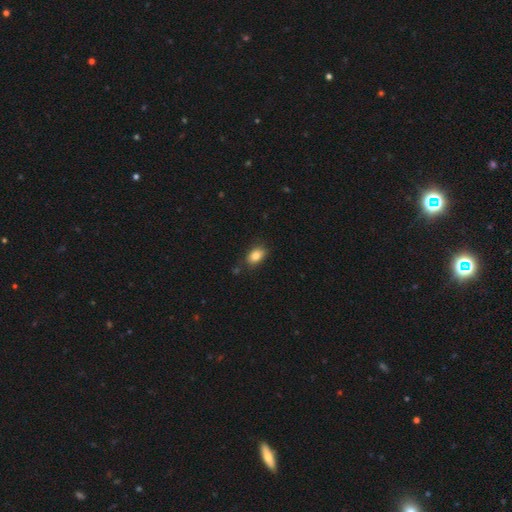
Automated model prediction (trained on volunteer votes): This is clearly a smooth galaxy (85%). How rounded: clearly in between (85%). Merging: clearly none (81%).